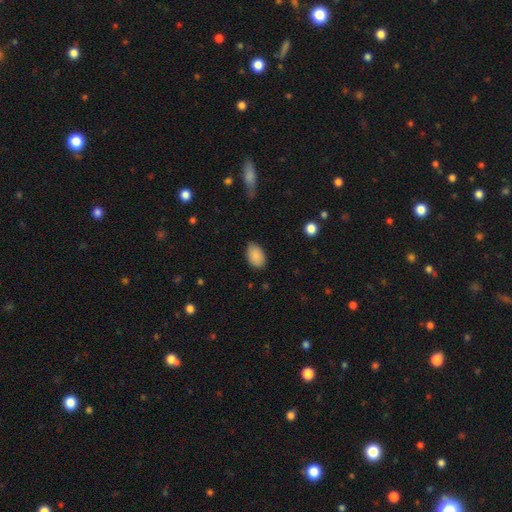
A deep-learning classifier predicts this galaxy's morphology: type=smooth (89%); roundness=in between (90%); merging=none (81%).